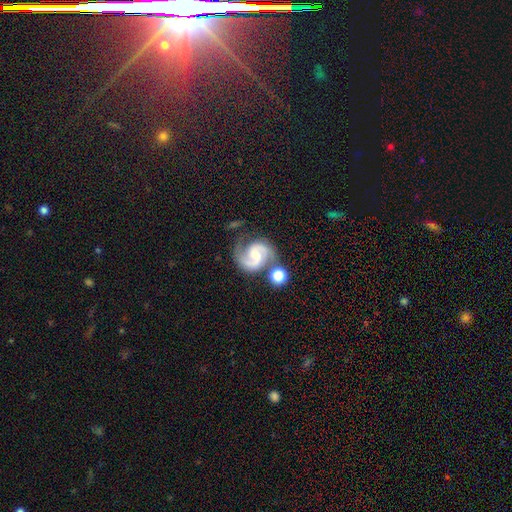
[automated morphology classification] type=featured or disk (90%); edge-on=no (98%); bar=weak (48%); spiral arms=yes (98%); winding=medium (60%); arm count=2 (93%); bulge=moderate (44%); merging=none (65%).